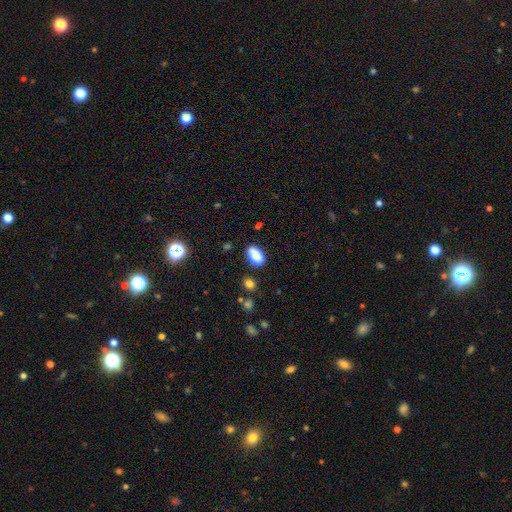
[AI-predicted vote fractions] smooth_or_featured: smooth (p=0.85) [alt: star or artifact p=0.09]
how_rounded: in between (p=0.90) [alt: round p=0.08]
merging: none (p=0.74) [alt: minor disturbance p=0.18]